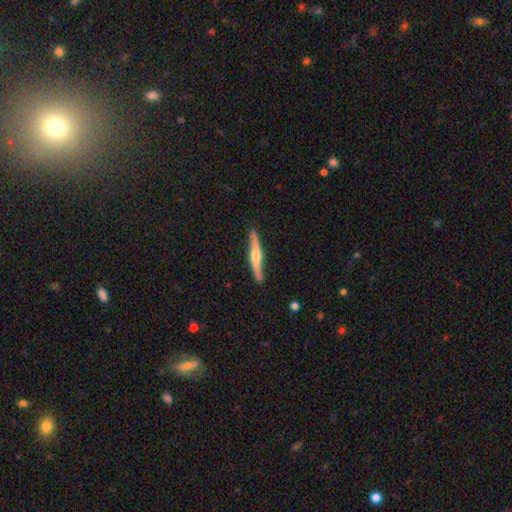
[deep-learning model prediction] Smooth or featured?
  - featured or disk: 62% *
  - smooth: 33%
  - star or artifact: 5%
Edge-on disk?
  - yes: 93% *
  - no: 7%
Edge-on bulge?
  - rounded: 77% *
  - none: 13%
  - boxy: 10%
Merging?
  - none: 85% *
  - minor disturbance: 11%
  - major disturbance: 2%
  - merger: 1%